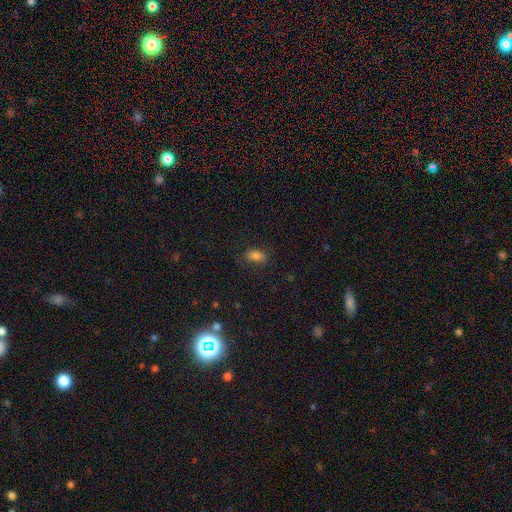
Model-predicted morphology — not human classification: smooth-or-featured: smooth: 81% | star or artifact: 11% | featured or disk: 8%
  how-rounded: in between: 87% | round: 8% | cigar-shaped: 4%
  merging: none: 82% | minor disturbance: 13% | major disturbance: 4% | merger: 1%